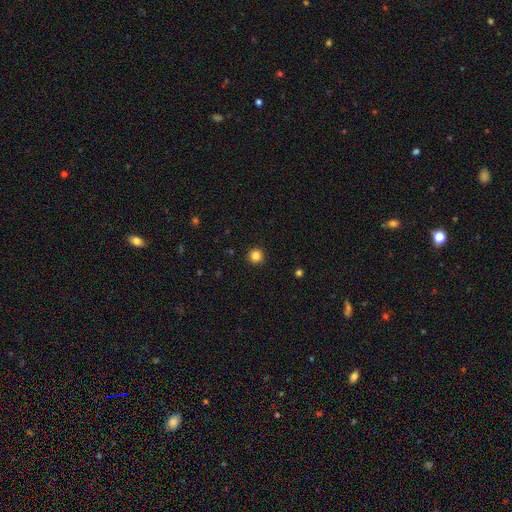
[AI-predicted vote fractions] Smooth or featured: smooth — 84% (star or artifact — 12%)
How rounded: round — 96% (in between — 3%)
Merging: none — 93% (minor disturbance — 4%)